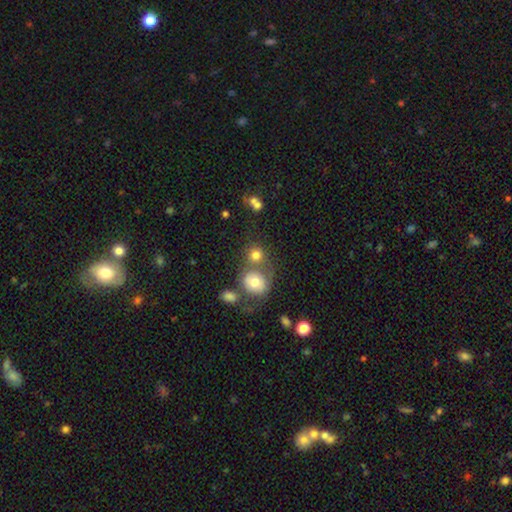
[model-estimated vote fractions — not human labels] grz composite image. It shows a smooth galaxy with no disk features (74%) that is round (82%). Merging: none (53%).